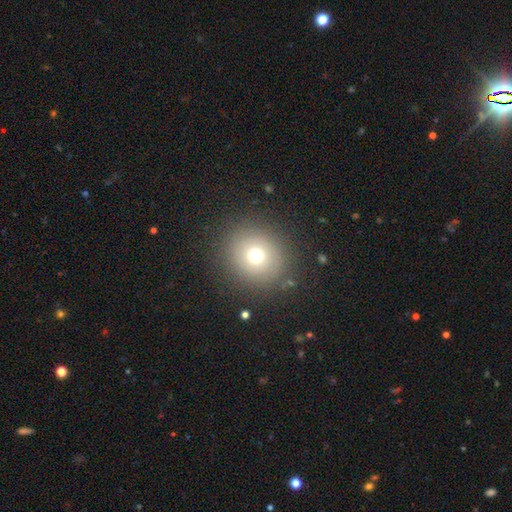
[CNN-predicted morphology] Q: Smooth or featured?
A: smooth (70%); runner-up: star or artifact (17%)
Q: How rounded?
A: round (91%); runner-up: in between (8%)
Q: Merging?
A: none (87%); runner-up: minor disturbance (7%)